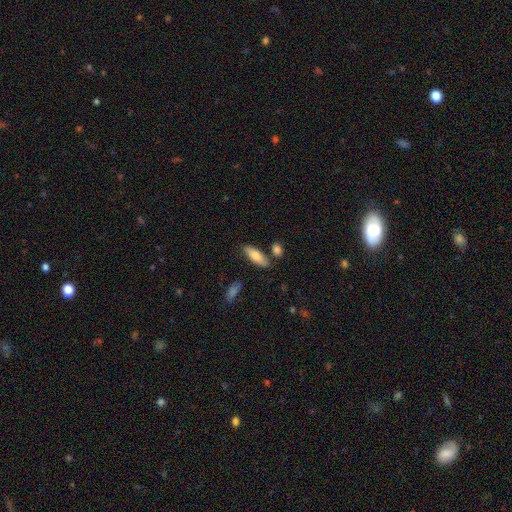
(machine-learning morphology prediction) smooth 80%, featured or disk 14%, star or artifact 6%. Down the decision tree: how rounded — in between (67%); merging — none (77%).